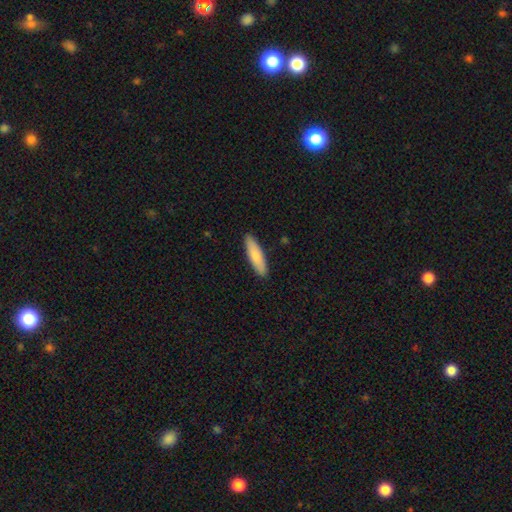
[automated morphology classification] The model was most divided on "how rounded": cigar-shaped: 65%, in between: 33%, round: 2%. More confident: merging — none (90%); smooth or featured — smooth (80%).